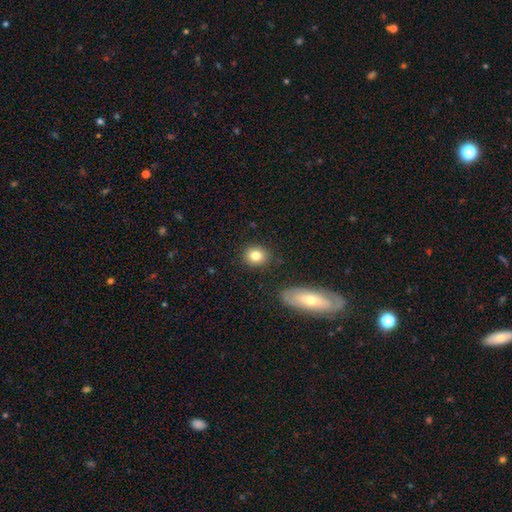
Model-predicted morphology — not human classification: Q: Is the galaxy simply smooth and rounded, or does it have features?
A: smooth — 81%.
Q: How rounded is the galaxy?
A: round — 74%.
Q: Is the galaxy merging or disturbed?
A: none — 87%.